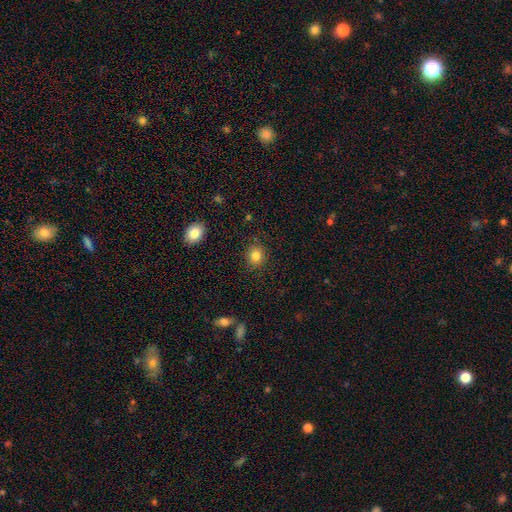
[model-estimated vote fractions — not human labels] A smooth galaxy with no disk features (84%) that is round (73%). Merging: none (88%).